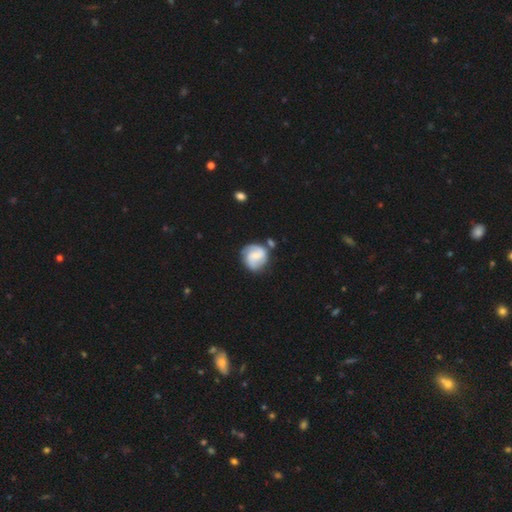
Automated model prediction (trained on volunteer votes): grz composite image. It shows a featured or disk galaxy (56%) with a weak bar (49%), spiral arms (86%) and a small central bulge (47%). Merging: none (60%).